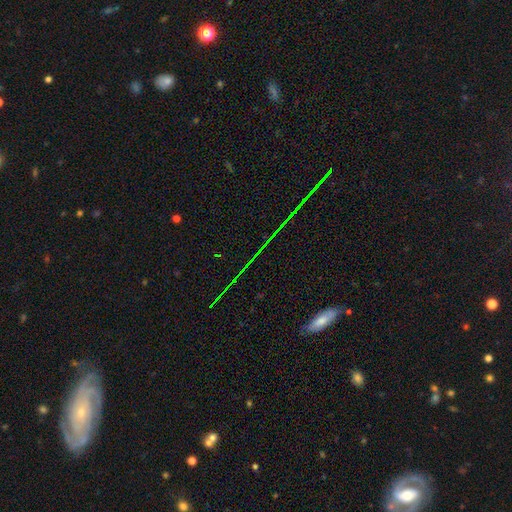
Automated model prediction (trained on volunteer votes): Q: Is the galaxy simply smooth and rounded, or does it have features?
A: star or artifact — 68%.